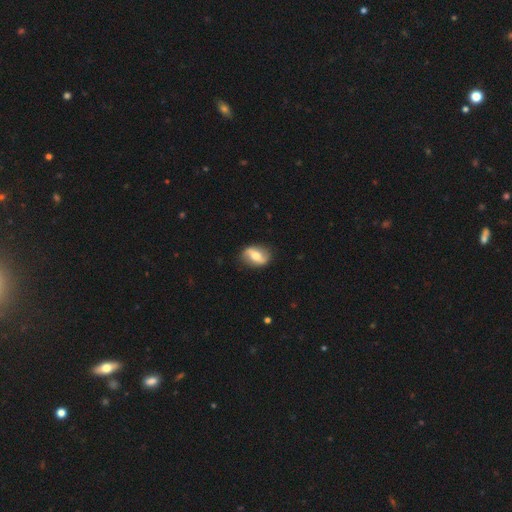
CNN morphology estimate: Smooth or featured?
  - featured or disk: 61% *
  - smooth: 33%
  - star or artifact: 6%
Edge-on disk?
  - no: 90% *
  - yes: 10%
Bar?
  - strong: 43% *
  - weak: 33%
  - no: 24%
Spiral arms?
  - yes: 73% *
  - no: 27%
Bulge size?
  - moderate: 61% *
  - small: 20%
  - large: 13%
  - none: 2%
  - dominant: 2%
Merging?
  - none: 83% *
  - minor disturbance: 12%
  - major disturbance: 3%
  - merger: 1%